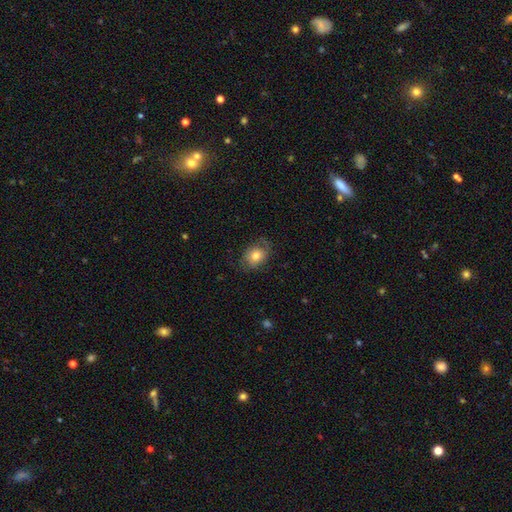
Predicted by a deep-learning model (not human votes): Overall: smooth (67%). How rounded: in between (54%; round 45%). Merging: none (65%).